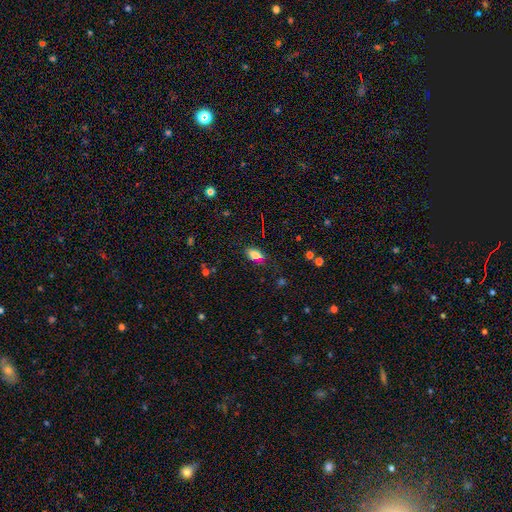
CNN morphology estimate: type=smooth (79%); roundness=in between (88%); merging=none (76%).